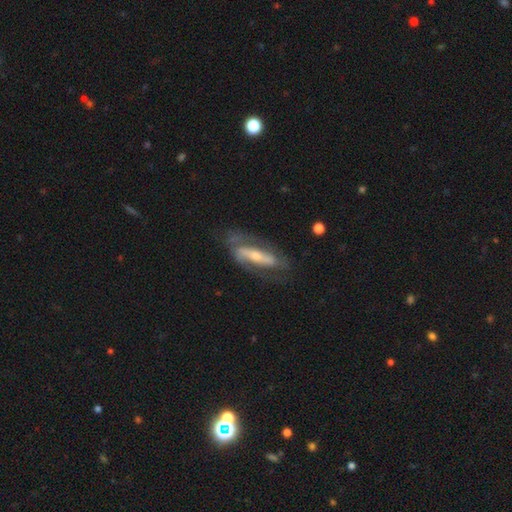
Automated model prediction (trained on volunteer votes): A featured or disk galaxy (78%) with a strong bar (54%), 2 (79%) medium (42%) spiral arms (83%) and a small central bulge (52%).

Vote fractions:
- Smooth or featured? featured or disk: 78% / smooth: 17% / star or artifact: 6%
- Edge-on disk? no: 81% / yes: 19%
- Bar? strong: 54% / no: 23% / weak: 23%
- Spiral arms? yes: 83% / no: 17%
- Spiral winding? medium: 42% / tight: 32% / loose: 26%
- Spiral arm count? 2: 79% / can't tell: 13% / 1: 5% / 3: 2% / 4: 1% / more than 4: 1%
- Bulge size? small: 52% / moderate: 41% / large: 4% / none: 2% / dominant: 1%
- Merging? none: 66% / minor disturbance: 19% / major disturbance: 13% / merger: 2%